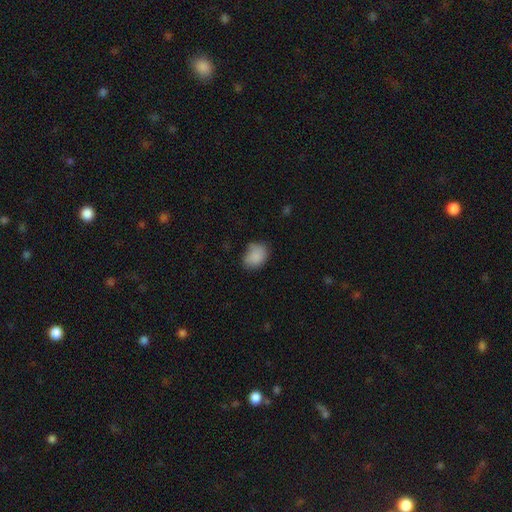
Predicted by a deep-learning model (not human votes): The model was most divided on "merging": none: 62%, minor disturbance: 28%, major disturbance: 7%, merger: 3%. More confident: smooth or featured — smooth (86%); how rounded — in between (67%).